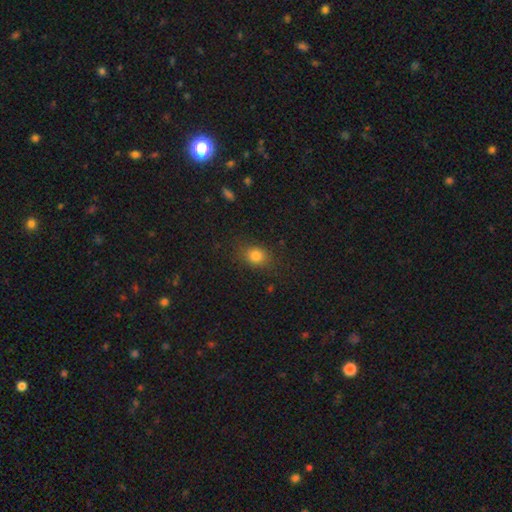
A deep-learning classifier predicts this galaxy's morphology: smooth_or_featured: smooth (p=0.82) [alt: star or artifact p=0.12]
how_rounded: round (p=0.52) [alt: in between p=0.46]
merging: none (p=0.80) [alt: minor disturbance p=0.14]